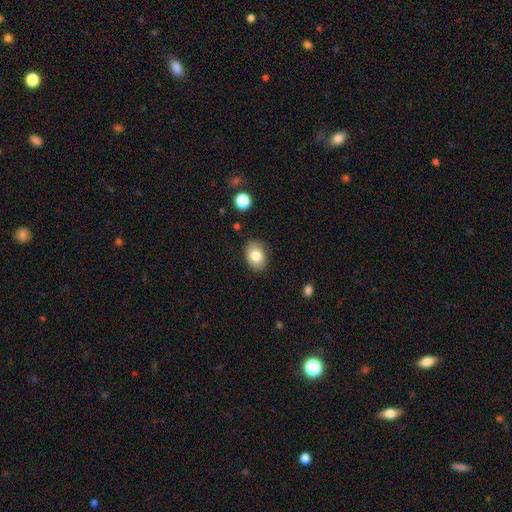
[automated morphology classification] Smooth or featured?
  - smooth: 81% *
  - featured or disk: 11%
  - star or artifact: 8%
How rounded?
  - in between: 77% *
  - round: 22%
  - cigar-shaped: 1%
Merging?
  - none: 85% *
  - minor disturbance: 11%
  - major disturbance: 3%
  - merger: 1%